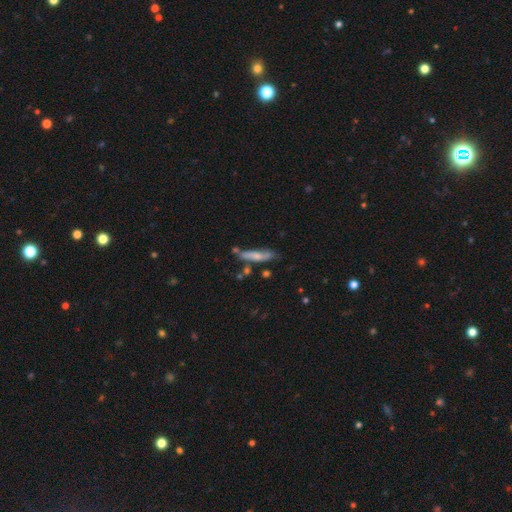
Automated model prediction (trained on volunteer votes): A smooth galaxy with no disk features (61%) that is cigar-shaped (82%). Merging: none (61%).